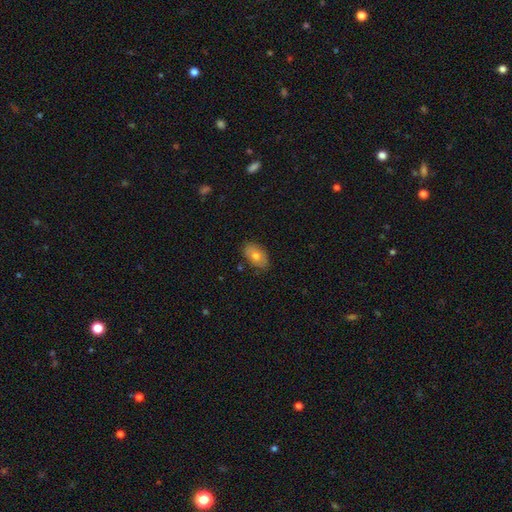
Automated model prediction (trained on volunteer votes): Overall: smooth (70%). How rounded: in between (91%). Merging: none (82%).